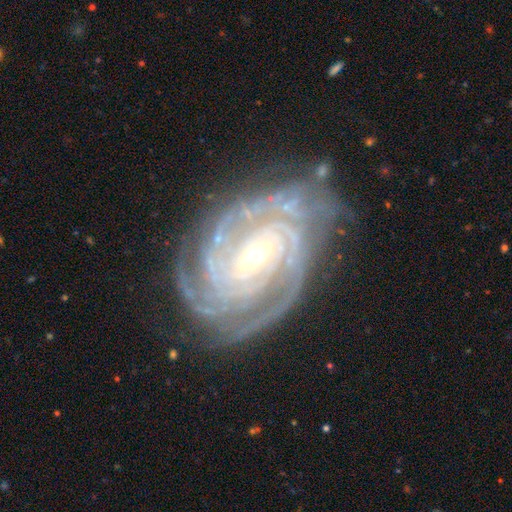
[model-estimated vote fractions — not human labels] Morphology: type=featured or disk (92%); edge-on=no (97%); bar=weak (44%); spiral arms=yes (99%); winding=tight (80%); arm count=4 (30%); bulge=small (57%); merging=none (77%).